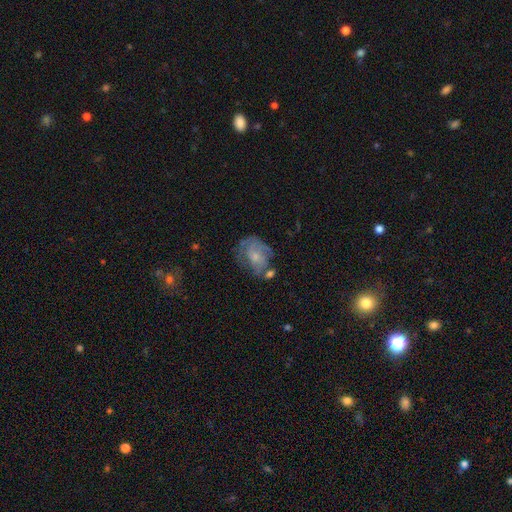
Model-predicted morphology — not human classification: Overall: featured or disk (58%; smooth 34%). Edge-on disk: no (97%). Bar: no (78%). Spiral arms: yes (65%; no 35%). Bulge size: small (58%; moderate 31%). Merging: none (42%; minor disturbance 27%).